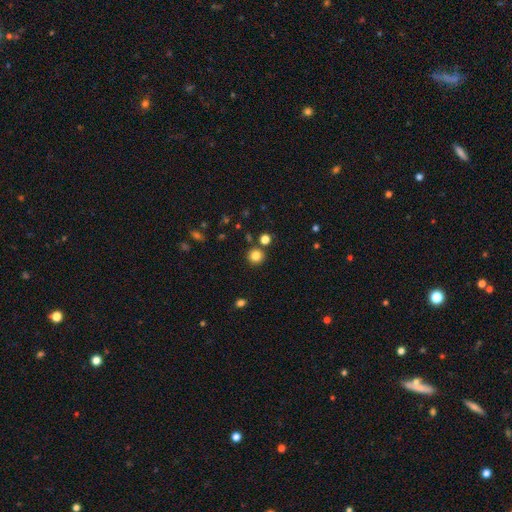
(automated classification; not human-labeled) The model was most divided on "smooth or featured": smooth: 83%, star or artifact: 12%, featured or disk: 5%. More confident: how rounded — round (93%); merging — none (86%).